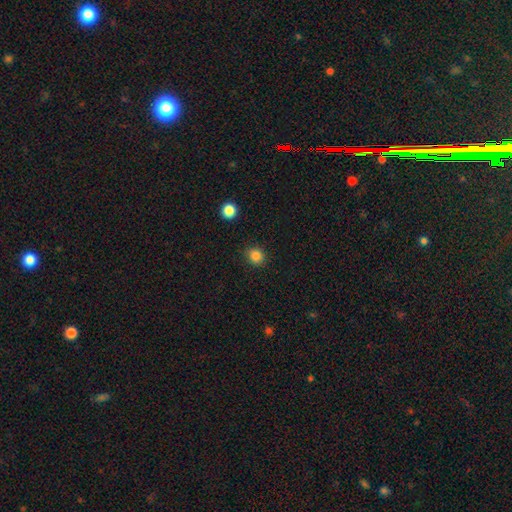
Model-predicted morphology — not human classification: smooth-or-featured: smooth: 84% | star or artifact: 12% | featured or disk: 4%
  how-rounded: round: 86% | in between: 13% | cigar-shaped: 1%
  merging: none: 90% | minor disturbance: 7% | major disturbance: 2% | merger: 1%